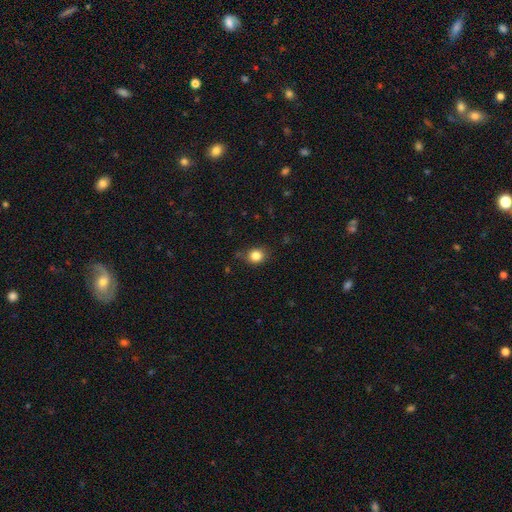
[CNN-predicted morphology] Q: Smooth or featured?
A: smooth (84%); runner-up: star or artifact (11%)
Q: How rounded?
A: round (73%); runner-up: in between (26%)
Q: Merging?
A: none (78%); runner-up: minor disturbance (16%)